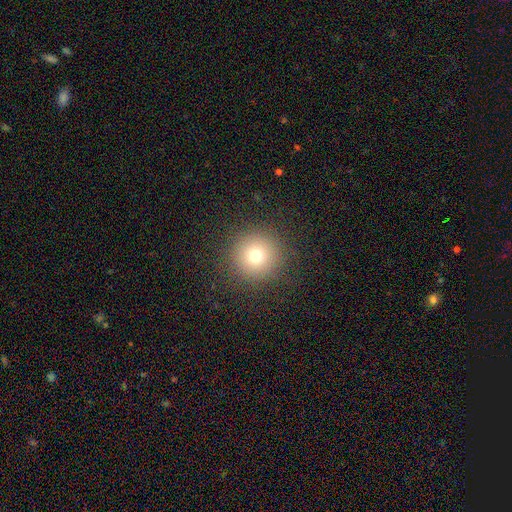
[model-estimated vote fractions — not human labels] Smooth or featured?
  - smooth: 74% *
  - star or artifact: 16%
  - featured or disk: 10%
How rounded?
  - round: 96% *
  - in between: 3%
  - cigar-shaped: 1%
Merging?
  - none: 90% *
  - minor disturbance: 6%
  - major disturbance: 3%
  - merger: 1%